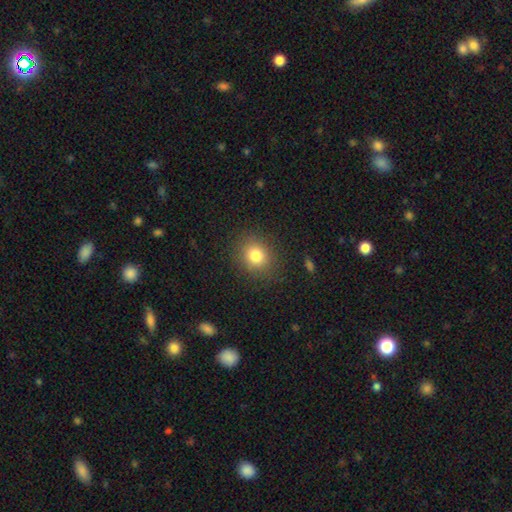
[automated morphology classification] A smooth galaxy with no disk features (80%) that is round (75%). Merging: none (87%).